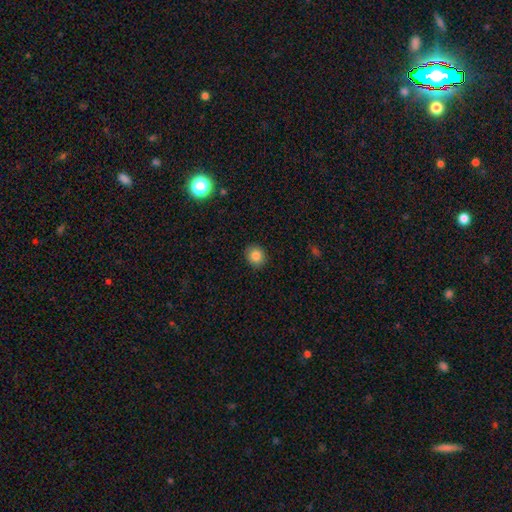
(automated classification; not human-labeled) This appears to be a smooth galaxy with no disk features (84%) that is round (78%). Merging: none (90%).